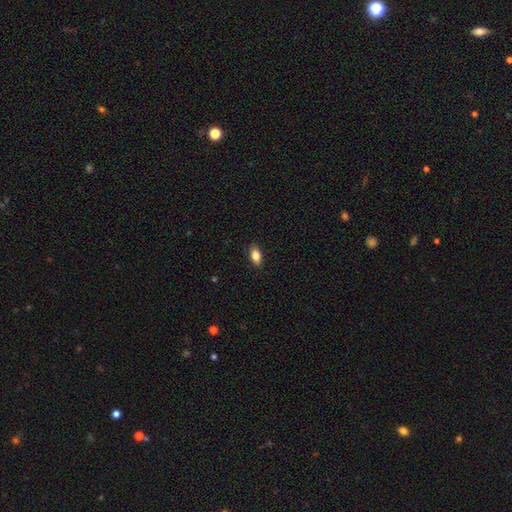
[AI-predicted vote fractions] Smooth or featured? Predicted: smooth (p=0.83). How rounded? Predicted: in between (p=0.88). Merging? Predicted: none (p=0.89).